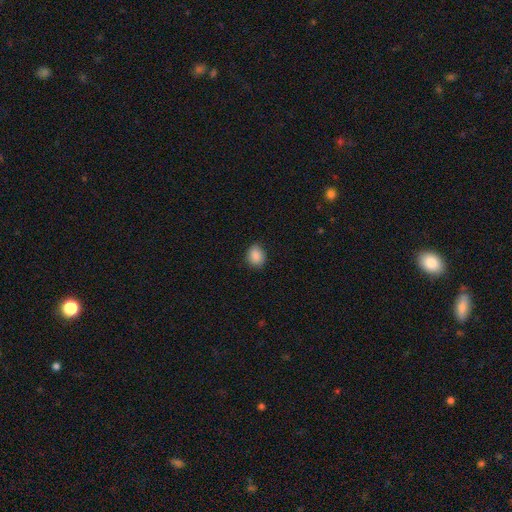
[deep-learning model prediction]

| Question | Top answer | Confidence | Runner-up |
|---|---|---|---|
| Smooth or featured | smooth | 88% | star or artifact (8%) |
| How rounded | round | 54% | in between (45%) |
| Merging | none | 82% | minor disturbance (14%) |